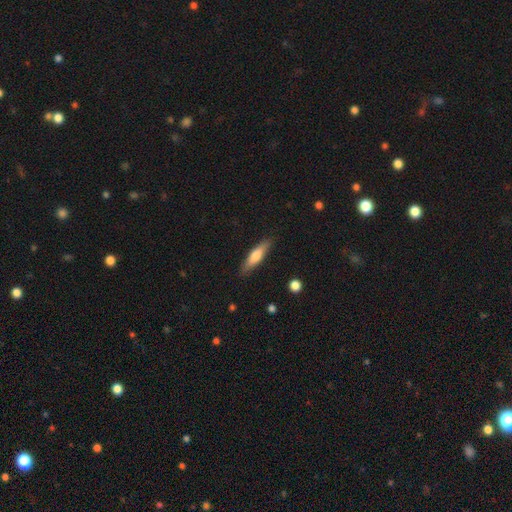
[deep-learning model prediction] Overall: smooth (63%; featured or disk 32%). How rounded: cigar-shaped (72%). Merging: none (87%).